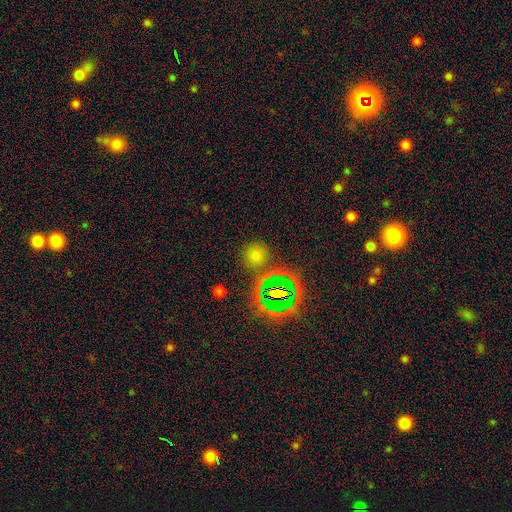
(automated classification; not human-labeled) Smooth or featured? smooth (52%)
How rounded? round (92%)
Merging? none (81%)